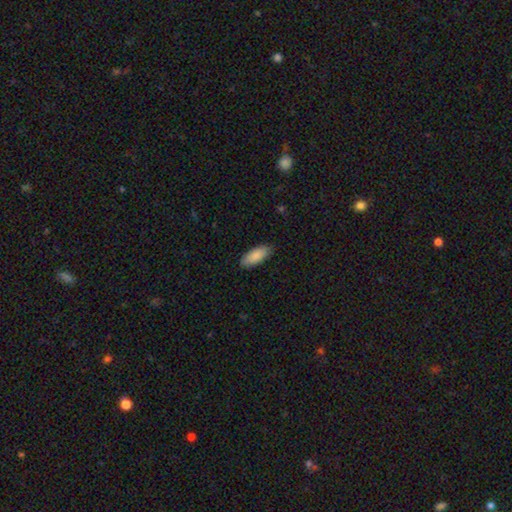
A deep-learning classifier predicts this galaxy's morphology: This is clearly a smooth galaxy (86%). How rounded: clearly in between (82%). Merging: clearly none (87%).